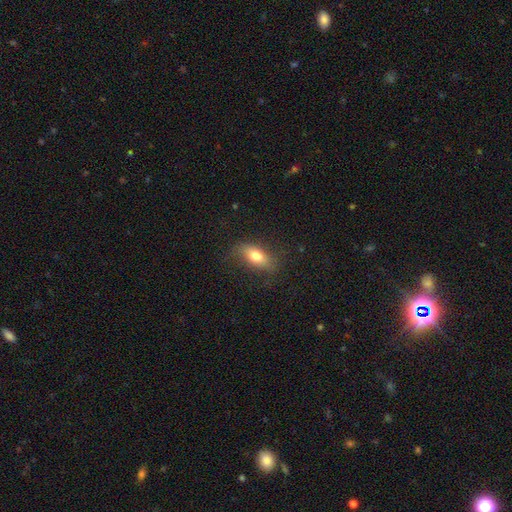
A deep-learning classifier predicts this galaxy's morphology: Q: Smooth or featured?
A: smooth (72%); runner-up: featured or disk (19%)
Q: How rounded?
A: in between (81%); runner-up: cigar-shaped (11%)
Q: Merging?
A: none (75%); runner-up: minor disturbance (17%)